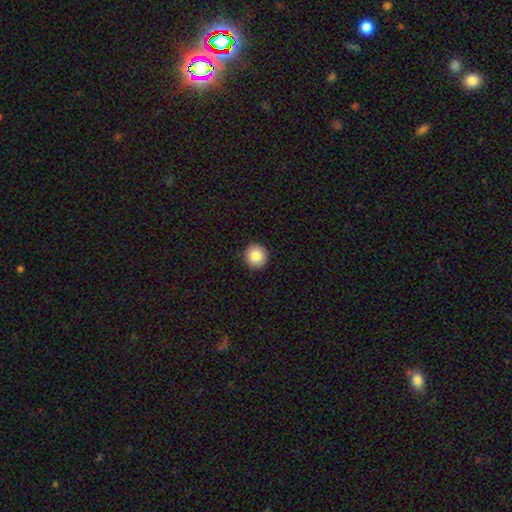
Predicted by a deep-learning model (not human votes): This is clearly a smooth galaxy (85%). How rounded: clearly round (94%). Merging: clearly none (93%).